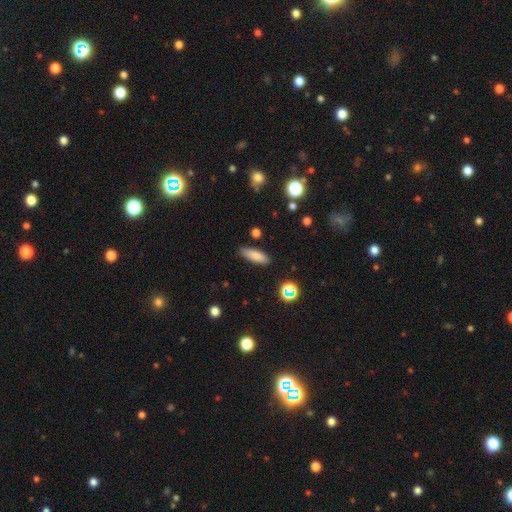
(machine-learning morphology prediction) Smooth or featured: smooth — 82% (featured or disk — 9%)
How rounded: in between — 55% (cigar-shaped — 43%)
Merging: none — 86% (minor disturbance — 10%)